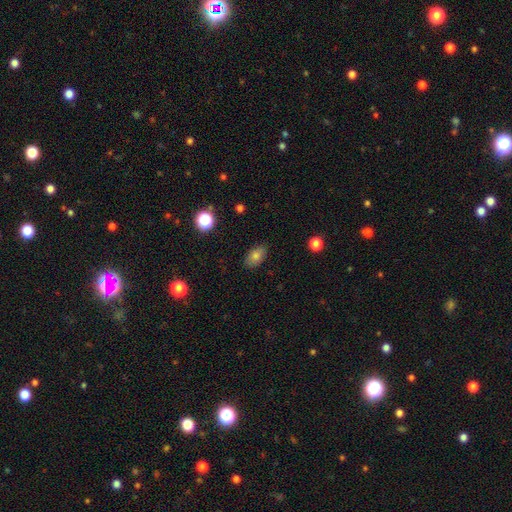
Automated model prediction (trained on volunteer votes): Smooth or featured? Predicted: smooth (p=0.77). How rounded? Predicted: in between (p=0.88). Merging? Predicted: none (p=0.85).